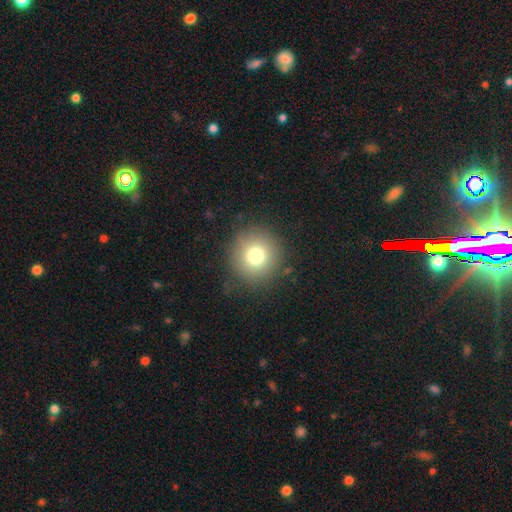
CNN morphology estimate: smooth-or-featured: smooth: 75% | star or artifact: 14% | featured or disk: 11%
  how-rounded: round: 94% | in between: 5% | cigar-shaped: 1%
  merging: none: 87% | minor disturbance: 8% | major disturbance: 4% | merger: 1%